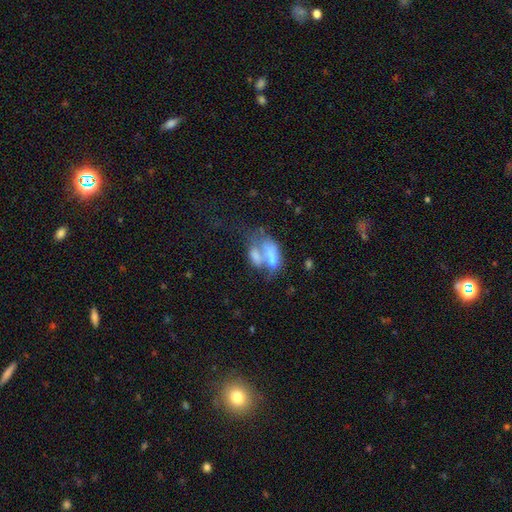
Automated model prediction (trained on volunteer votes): smooth-or-featured: smooth: 57% | featured or disk: 33% | star or artifact: 10%
  how-rounded: in between: 81% | round: 10% | cigar-shaped: 9%
  merging: merger: 67% | none: 13% | major disturbance: 13% | minor disturbance: 7%